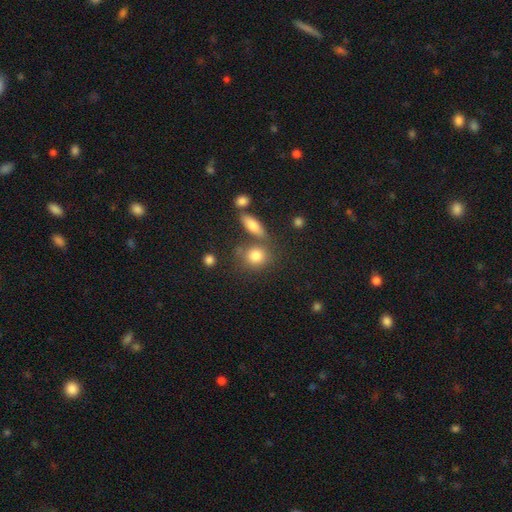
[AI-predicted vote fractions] Smooth or featured? smooth (82%)
How rounded? round (70%)
Merging? none (63%)